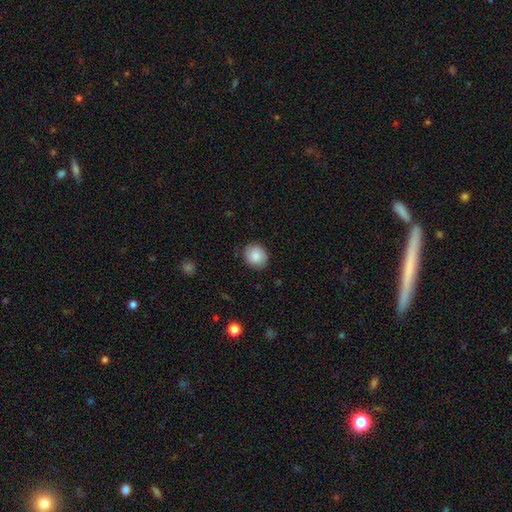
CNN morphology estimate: type=smooth (78%); roundness=round (73%); merging=none (85%).